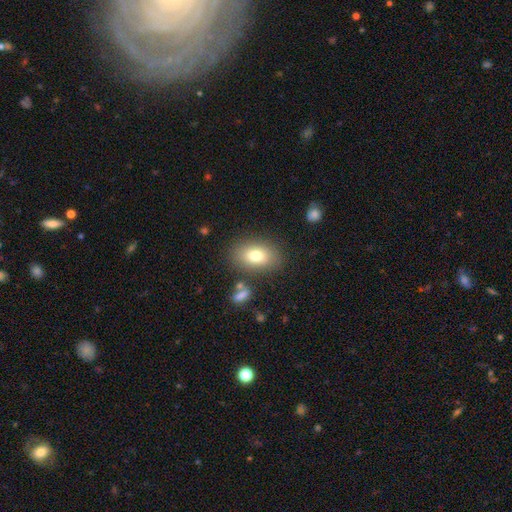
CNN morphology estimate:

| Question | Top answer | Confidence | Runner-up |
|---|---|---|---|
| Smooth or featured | smooth | 76% | featured or disk (14%) |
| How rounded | in between | 84% | round (14%) |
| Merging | none | 80% | minor disturbance (12%) |